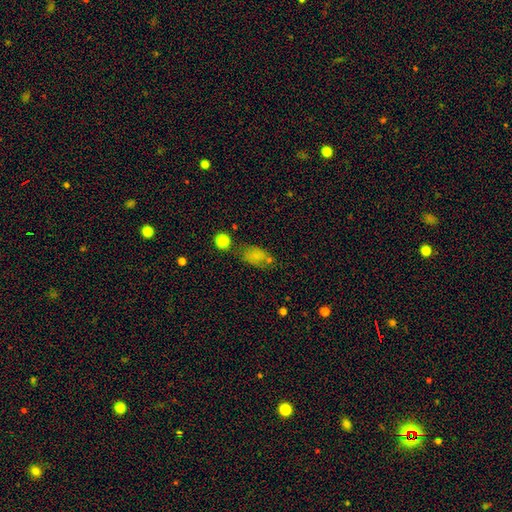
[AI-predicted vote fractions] Smooth or featured?
  - smooth: 75% *
  - star or artifact: 14%
  - featured or disk: 11%
How rounded?
  - in between: 87% *
  - round: 11%
  - cigar-shaped: 3%
Merging?
  - none: 55% *
  - minor disturbance: 23%
  - merger: 13%
  - major disturbance: 9%